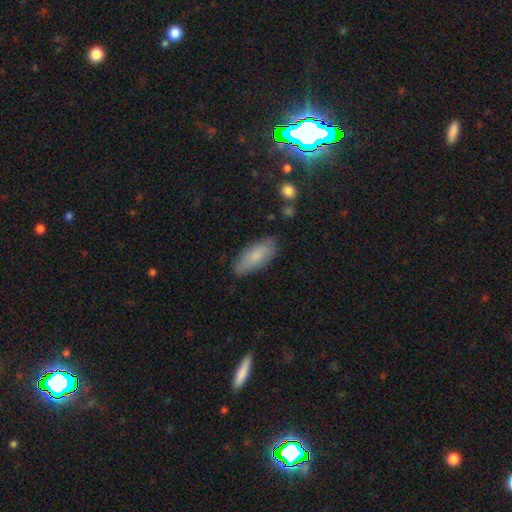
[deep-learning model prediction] Overall: smooth (80%). How rounded: in between (77%). Merging: none (79%).